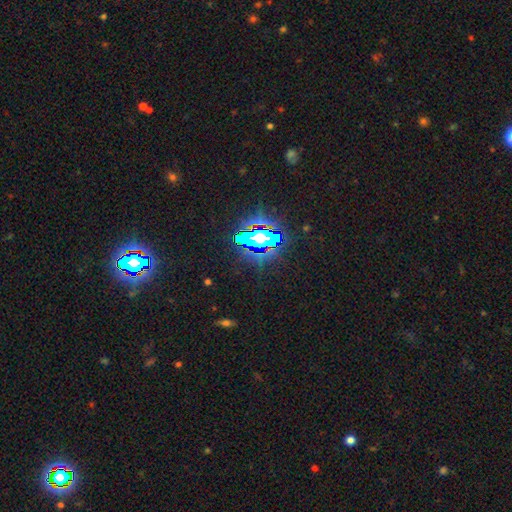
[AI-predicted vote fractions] This appears to be a star or artifact, not a galaxy (81%).